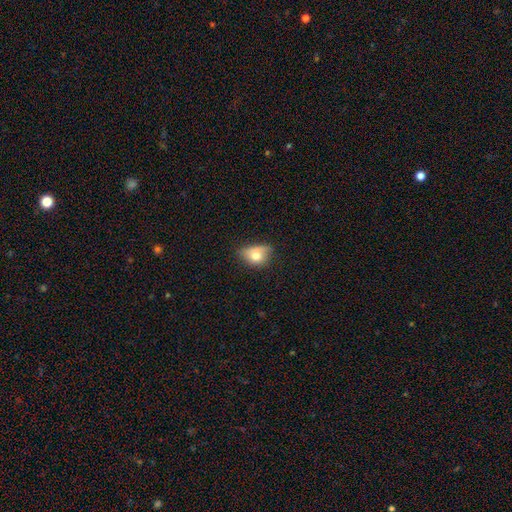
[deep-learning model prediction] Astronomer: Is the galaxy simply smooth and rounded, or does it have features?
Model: smooth — 71%.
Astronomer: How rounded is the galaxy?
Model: in between — 69%.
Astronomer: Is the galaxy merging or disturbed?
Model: minor disturbance — 42% (runner-up: none, 35%).